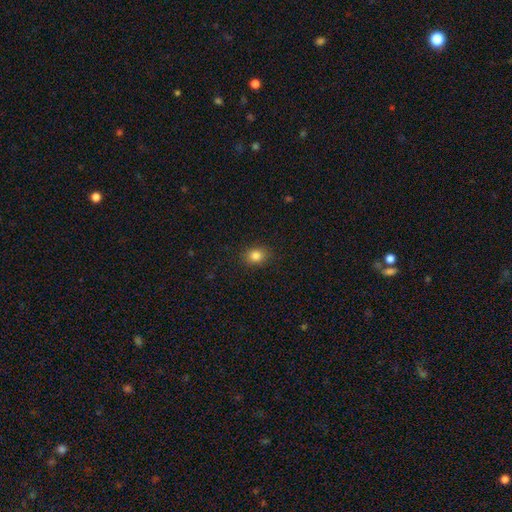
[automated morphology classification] Smooth or featured? smooth (83%)
How rounded? round (51%)
Merging? none (88%)